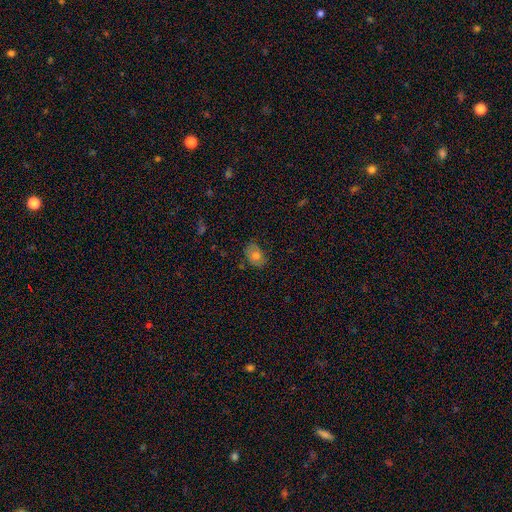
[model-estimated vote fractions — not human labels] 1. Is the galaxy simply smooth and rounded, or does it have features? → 68% smooth, 22% featured or disk, 11% star or artifact.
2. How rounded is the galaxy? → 71% in between, 28% round, 1% cigar-shaped.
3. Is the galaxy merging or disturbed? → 67% none, 25% minor disturbance, 6% major disturbance, 2% merger.